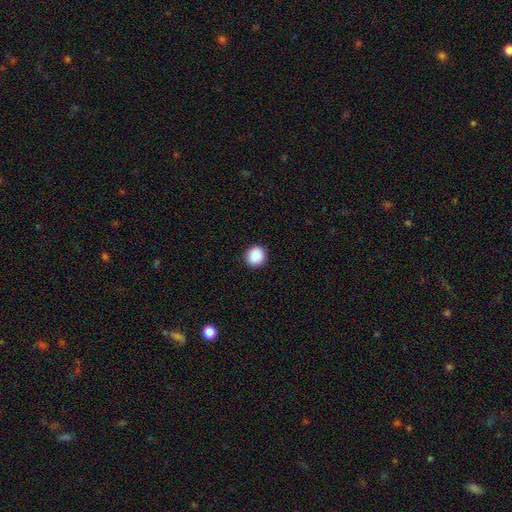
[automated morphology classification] Smooth or featured? Predicted: smooth (p=0.90). How rounded? Predicted: round (p=0.92). Merging? Predicted: none (p=0.93).